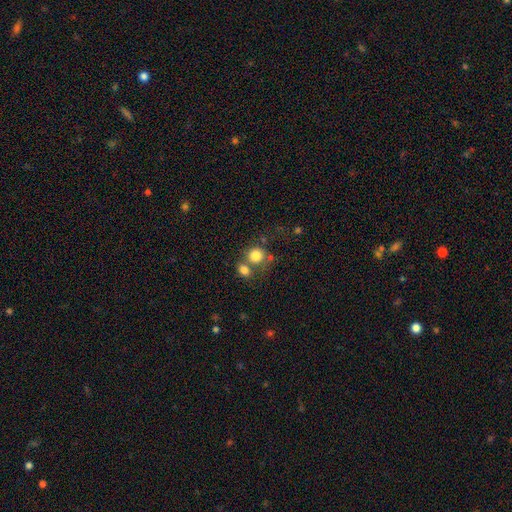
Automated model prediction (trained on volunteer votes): This appears to be a smooth galaxy with no disk features (80%) that is round (83%). Merging: none (46%).